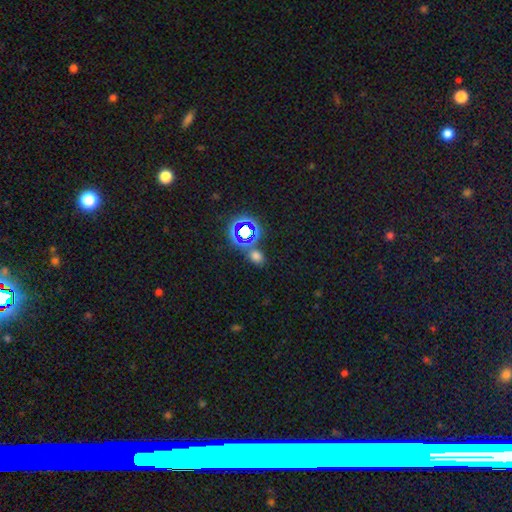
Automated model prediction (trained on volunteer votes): A smooth galaxy with no disk features (60%) that is in between round and cigar-shaped (58%). Merging: none (71%).